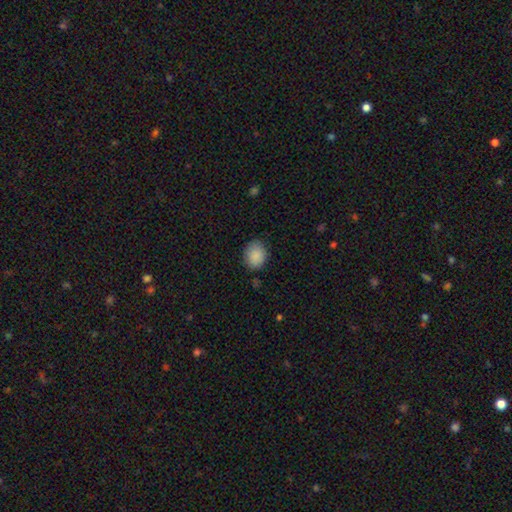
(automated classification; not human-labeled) smooth_or_featured: smooth (p=0.89) [alt: star or artifact p=0.07]
how_rounded: in between (p=0.52) [alt: round p=0.47]
merging: none (p=0.81) [alt: minor disturbance p=0.14]